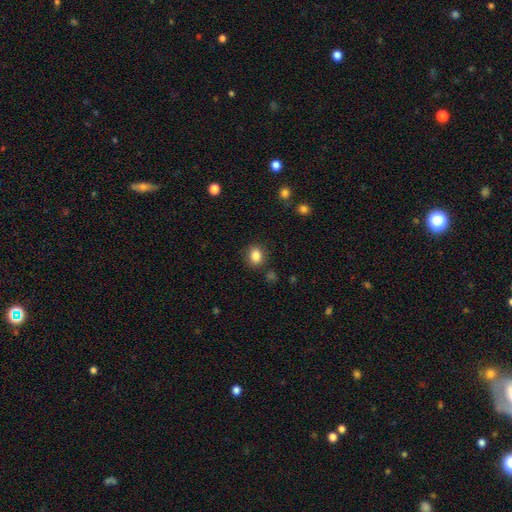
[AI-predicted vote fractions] smooth_or_featured: smooth (p=0.84) [alt: star or artifact p=0.10]
how_rounded: round (p=0.58) [alt: in between p=0.41]
merging: none (p=0.86) [alt: minor disturbance p=0.09]